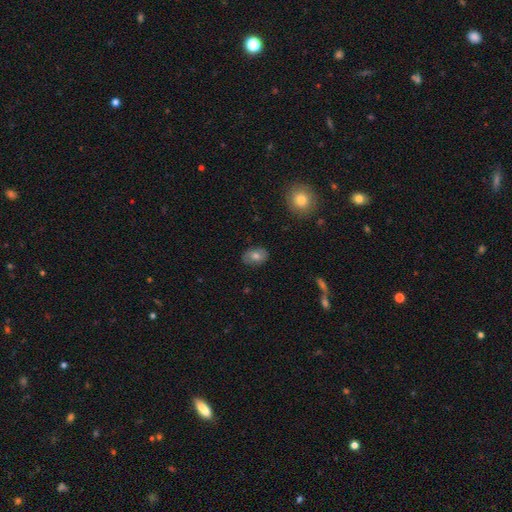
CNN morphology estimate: smooth-or-featured: smooth: 70% | featured or disk: 19% | star or artifact: 10%
  how-rounded: in between: 84% | round: 15% | cigar-shaped: 2%
  merging: none: 83% | minor disturbance: 13% | major disturbance: 3% | merger: 1%